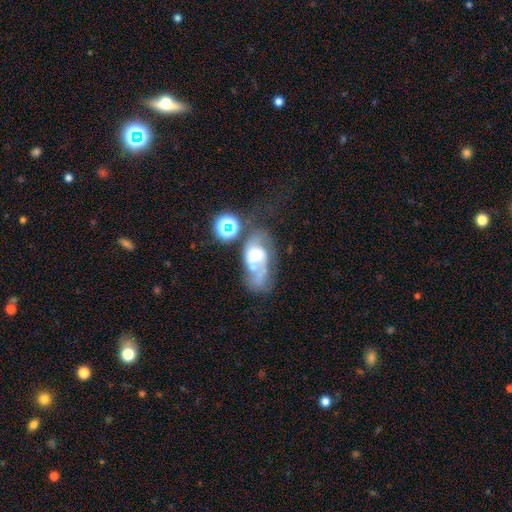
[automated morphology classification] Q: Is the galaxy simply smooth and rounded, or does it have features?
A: featured or disk — 62%.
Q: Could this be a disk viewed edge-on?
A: no — 95%.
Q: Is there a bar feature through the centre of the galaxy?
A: no — 66%.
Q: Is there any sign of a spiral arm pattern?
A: yes — 64%.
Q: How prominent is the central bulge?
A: moderate — 56%.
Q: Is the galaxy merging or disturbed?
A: major disturbance — 31%.